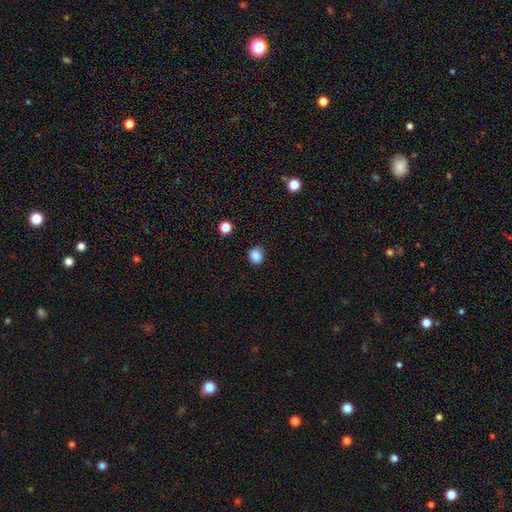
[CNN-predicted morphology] Smooth or featured? smooth (86%)
How rounded? round (73%)
Merging? none (87%)